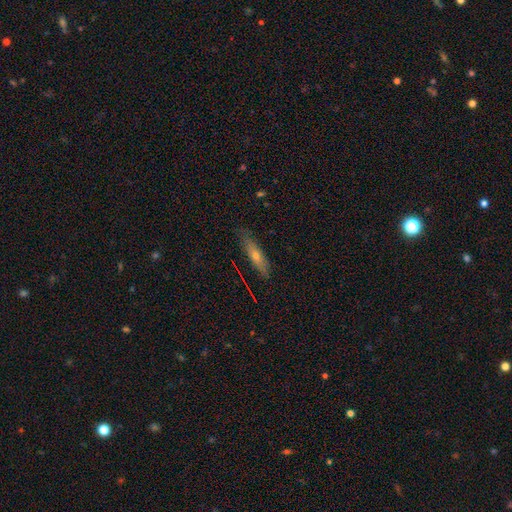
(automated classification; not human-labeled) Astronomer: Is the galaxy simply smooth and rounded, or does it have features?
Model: smooth — 46% (runner-up: featured or disk, 45%).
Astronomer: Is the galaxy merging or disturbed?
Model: none — 82%.